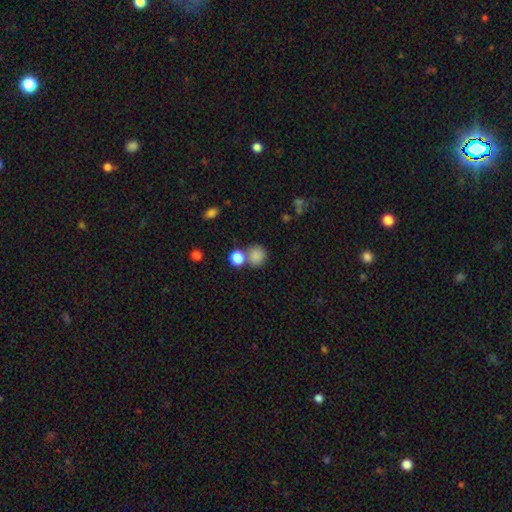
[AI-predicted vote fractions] Overall: smooth (83%). How rounded: round (86%). Merging: none (63%).